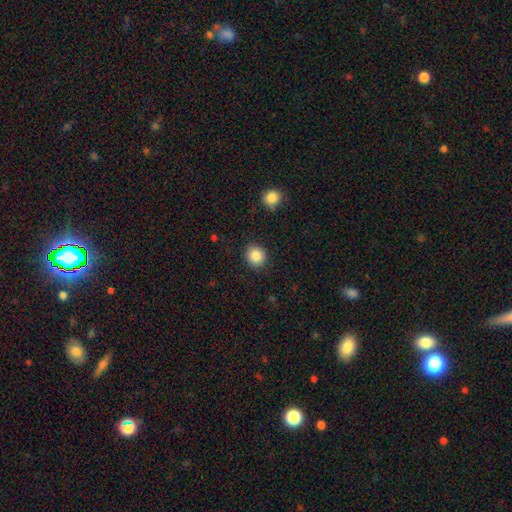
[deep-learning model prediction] Morphology: type=smooth (86%); roundness=round (87%); merging=none (89%).